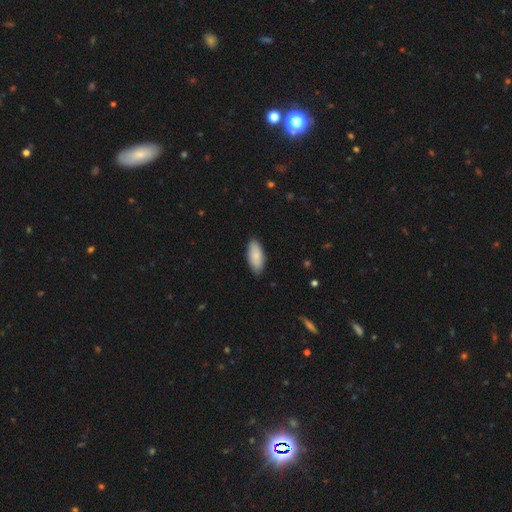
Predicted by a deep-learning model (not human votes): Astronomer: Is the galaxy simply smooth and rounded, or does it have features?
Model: smooth — 86%.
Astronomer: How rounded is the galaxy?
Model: in between — 88%.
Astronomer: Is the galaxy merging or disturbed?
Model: none — 87%.